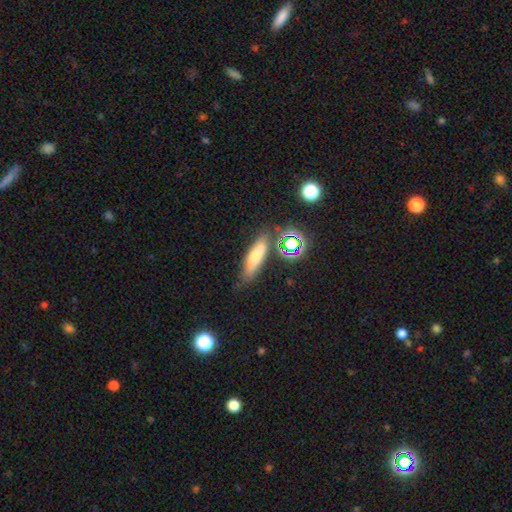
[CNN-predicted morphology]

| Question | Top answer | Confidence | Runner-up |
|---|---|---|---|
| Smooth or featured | smooth | 66% | featured or disk (18%) |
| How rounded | cigar-shaped | 63% | in between (31%) |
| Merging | none | 74% | minor disturbance (15%) |